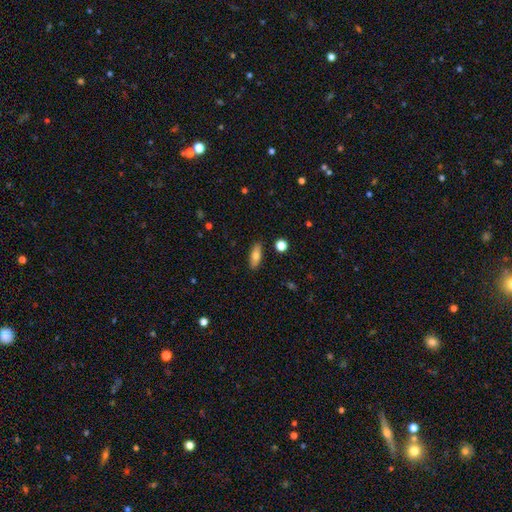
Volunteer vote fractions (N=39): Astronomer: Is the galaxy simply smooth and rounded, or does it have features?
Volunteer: smooth — 72%.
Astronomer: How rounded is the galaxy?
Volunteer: in between — 68%.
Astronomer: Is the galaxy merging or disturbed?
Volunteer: none — 91%.